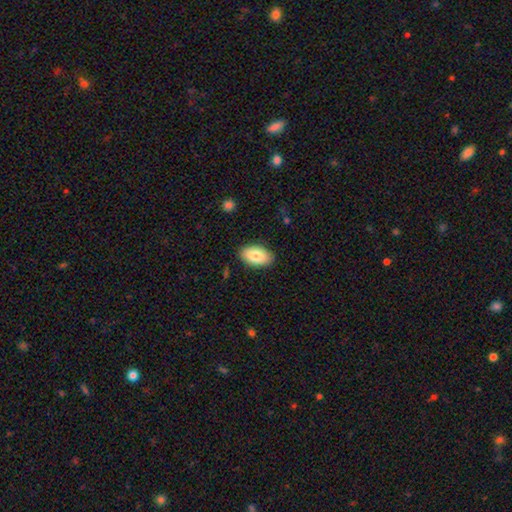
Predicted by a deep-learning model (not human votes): Overall: smooth (83%). How rounded: in between (94%). Merging: none (87%).